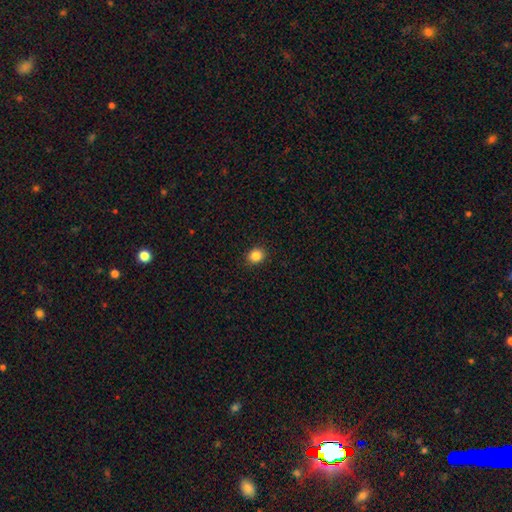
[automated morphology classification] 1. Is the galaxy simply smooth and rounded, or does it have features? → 85% smooth, 11% star or artifact, 4% featured or disk.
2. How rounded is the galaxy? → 73% round, 26% in between, 1% cigar-shaped.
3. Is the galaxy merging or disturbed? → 91% none, 6% minor disturbance, 2% major disturbance, 1% merger.